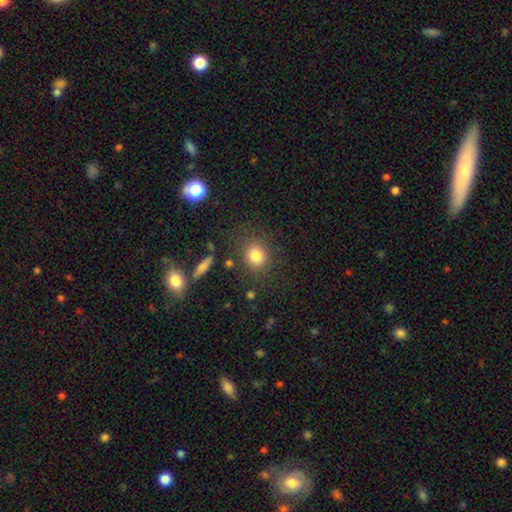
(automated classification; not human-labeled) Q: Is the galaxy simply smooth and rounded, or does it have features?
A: smooth — 82%.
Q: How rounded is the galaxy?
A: round — 73%.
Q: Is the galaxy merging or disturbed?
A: none — 81%.